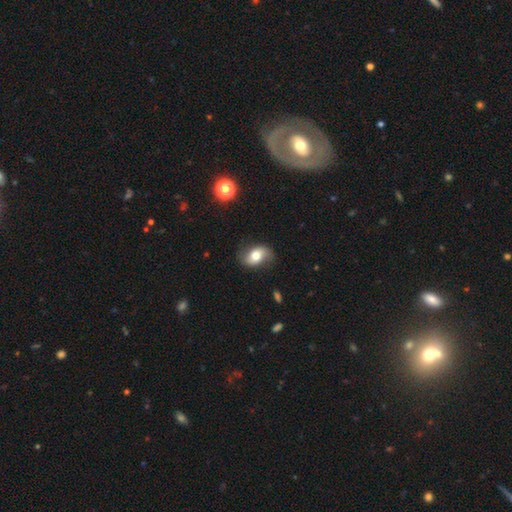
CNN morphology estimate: A smooth galaxy with no disk features (55%) that is in between round and cigar-shaped (81%). Merging: none (72%).